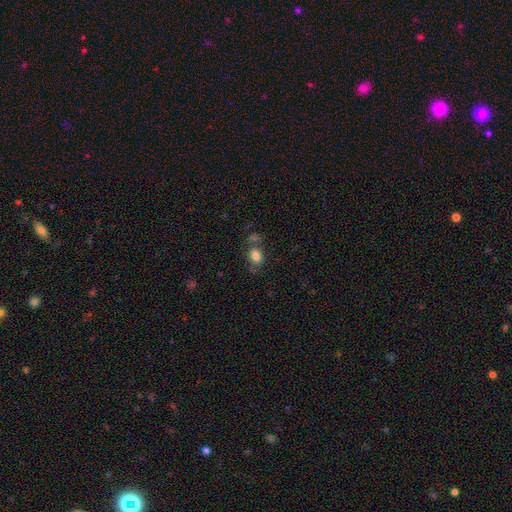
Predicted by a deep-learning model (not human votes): Smooth or featured: smooth — 82% (star or artifact — 10%)
How rounded: in between — 74% (round — 25%)
Merging: none — 56% (merger — 20%)